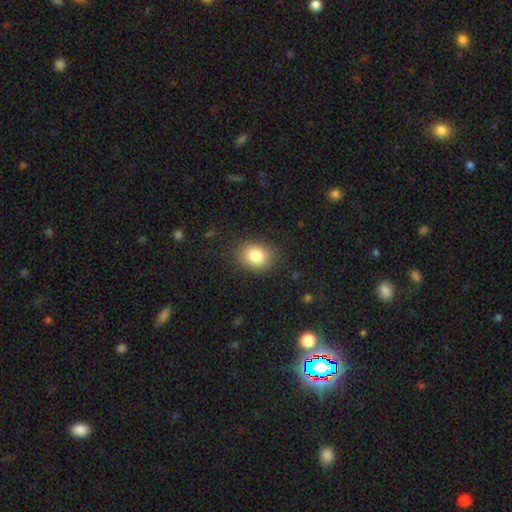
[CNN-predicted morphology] A smooth galaxy with no disk features (84%) that is in between round and cigar-shaped (55%).

Vote fractions:
- Smooth or featured? smooth: 84% / star or artifact: 9% / featured or disk: 8%
- How rounded? in between: 55% / round: 44% / cigar-shaped: 1%
- Merging? none: 84% / minor disturbance: 11% / major disturbance: 4% / merger: 1%